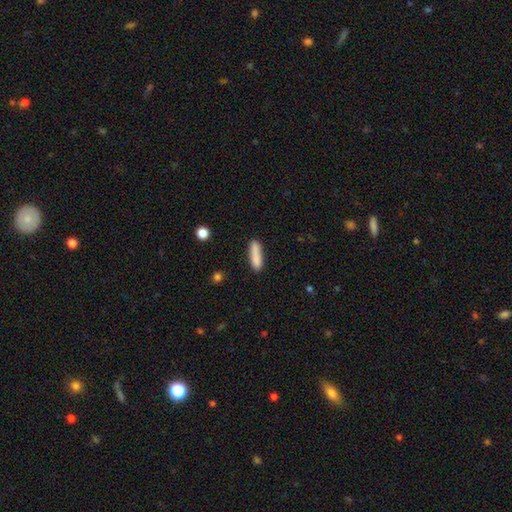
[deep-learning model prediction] A smooth galaxy with no disk features (86%) that is cigar-shaped (75%). Merging: none (82%).